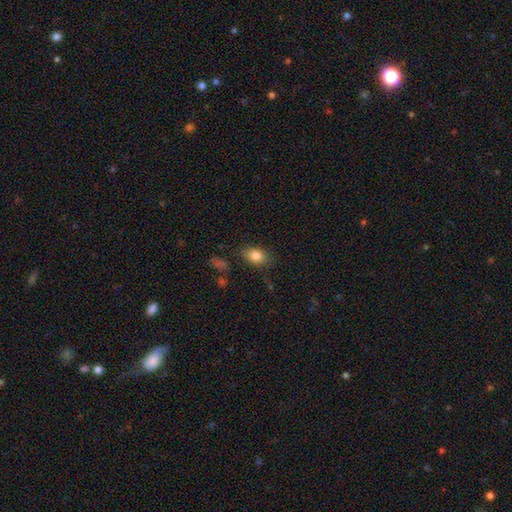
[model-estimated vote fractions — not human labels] A smooth galaxy with no disk features (83%) that is in between round and cigar-shaped (79%). Merging: none (78%).